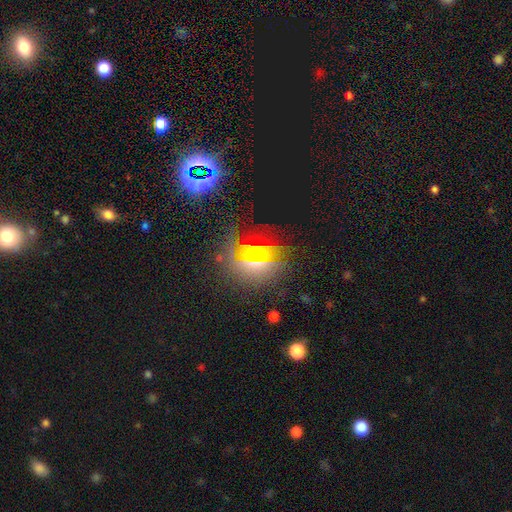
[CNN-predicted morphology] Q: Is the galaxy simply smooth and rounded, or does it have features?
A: star or artifact — 46%.